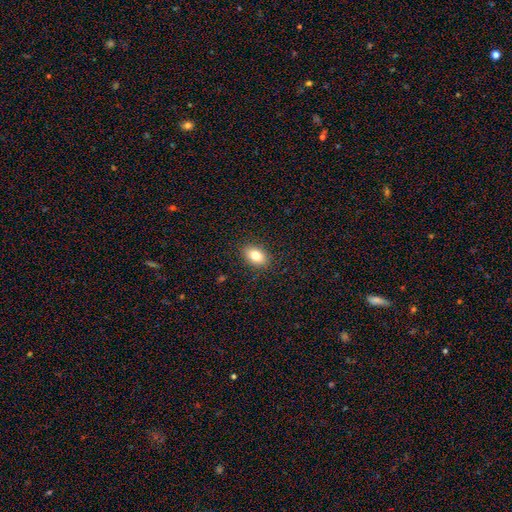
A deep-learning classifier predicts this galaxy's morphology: smooth_or_featured: smooth (p=0.80) [alt: featured or disk p=0.11]
how_rounded: in between (p=0.85) [alt: round p=0.13]
merging: none (p=0.88) [alt: minor disturbance p=0.08]